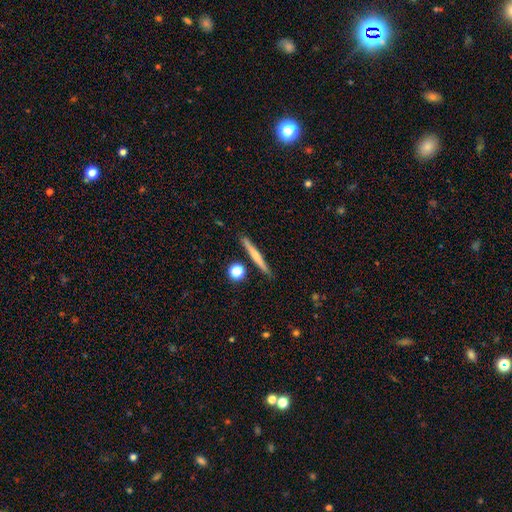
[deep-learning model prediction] Smooth or featured?
  - smooth: 47% *
  - featured or disk: 46%
  - star or artifact: 7%
Merging?
  - none: 87% *
  - minor disturbance: 8%
  - merger: 3%
  - major disturbance: 2%